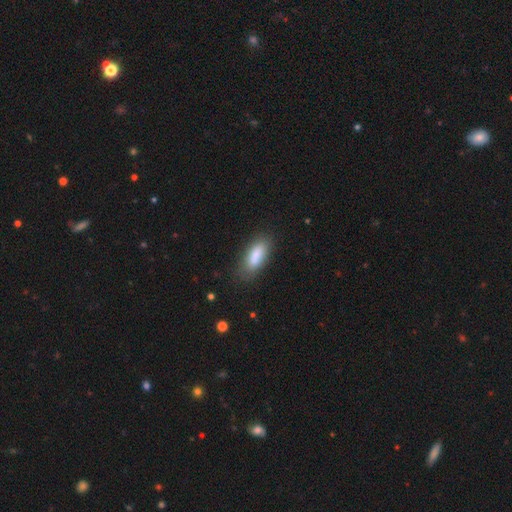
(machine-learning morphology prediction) Overall: smooth (82%). How rounded: in between (75%). Merging: none (71%).